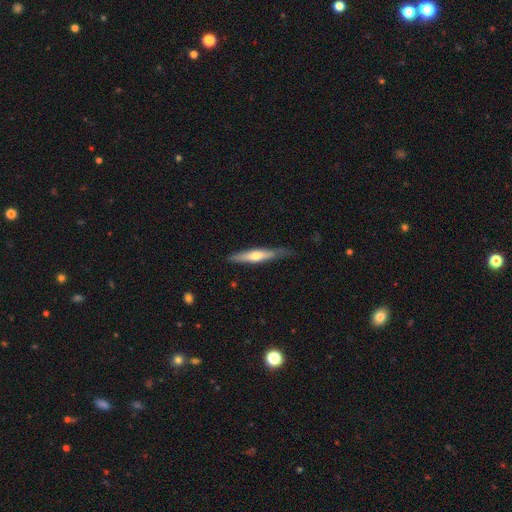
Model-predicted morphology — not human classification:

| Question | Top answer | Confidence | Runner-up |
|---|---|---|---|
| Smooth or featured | smooth | 50% | featured or disk (45%) |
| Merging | none | 72% | minor disturbance (22%) |